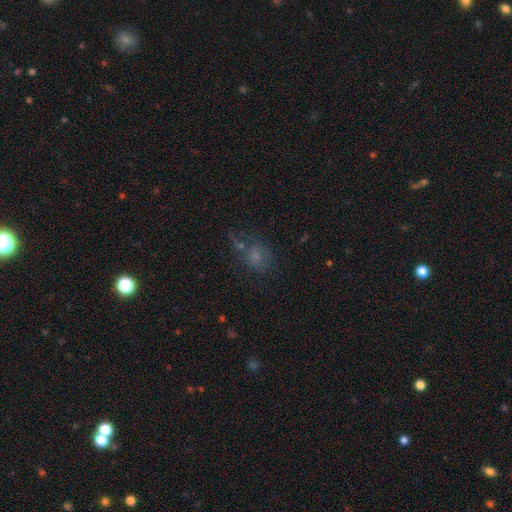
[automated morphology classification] smooth-or-featured: smooth: 49% | star or artifact: 27% | featured or disk: 24%
  merging: none: 44% | major disturbance: 24% | minor disturbance: 20% | merger: 12%